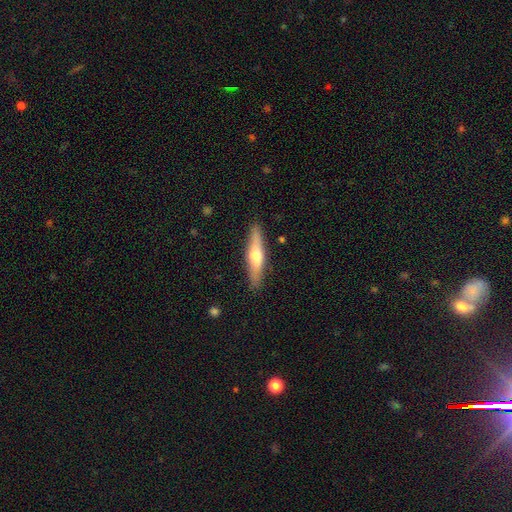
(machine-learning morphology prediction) Smooth or featured: smooth — 48% (featured or disk — 47%)
Merging: none — 88% (minor disturbance — 9%)